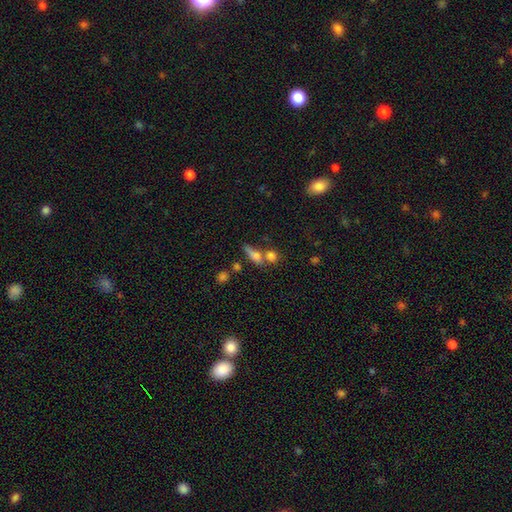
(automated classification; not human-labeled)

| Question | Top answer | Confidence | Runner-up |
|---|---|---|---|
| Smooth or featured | smooth | 68% | featured or disk (21%) |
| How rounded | cigar-shaped | 44% | in between (41%) |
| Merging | none | 46% | merger (33%) |